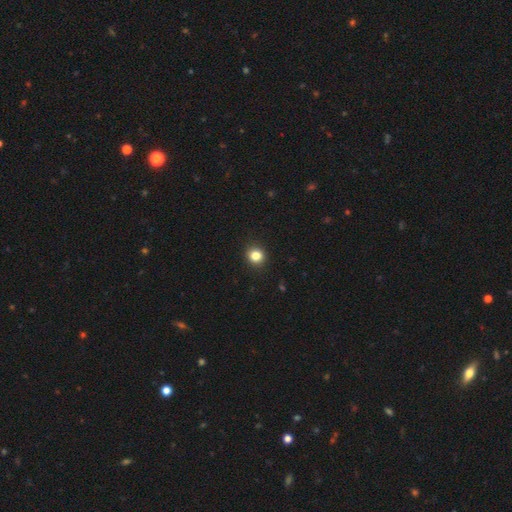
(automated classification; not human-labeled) Q: Smooth or featured?
A: smooth (83%); runner-up: star or artifact (12%)
Q: How rounded?
A: round (88%); runner-up: in between (11%)
Q: Merging?
A: none (92%); runner-up: minor disturbance (5%)